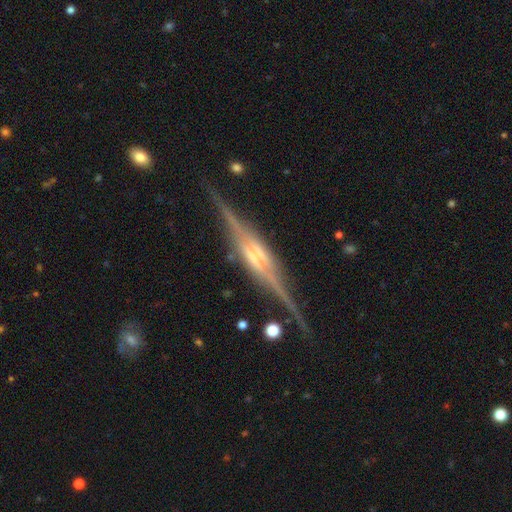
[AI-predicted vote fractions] Smooth or featured?
  - featured or disk: 89% *
  - smooth: 6%
  - star or artifact: 5%
Edge-on disk?
  - yes: 98% *
  - no: 2%
Edge-on bulge?
  - rounded: 52% *
  - boxy: 39%
  - none: 9%
Merging?
  - none: 84% *
  - minor disturbance: 12%
  - major disturbance: 3%
  - merger: 2%